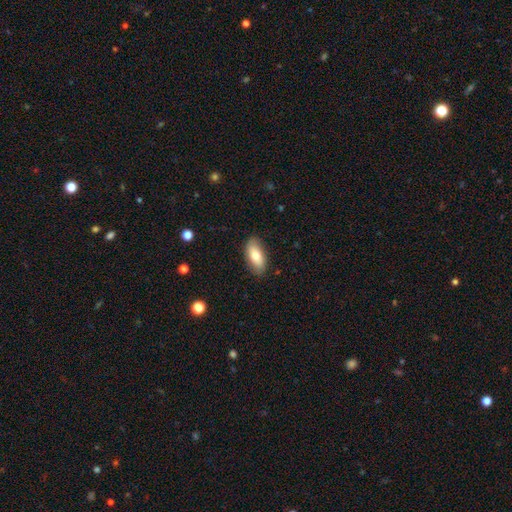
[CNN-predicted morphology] smooth-or-featured: smooth: 74% | featured or disk: 20% | star or artifact: 6%
  how-rounded: in between: 89% | cigar-shaped: 8% | round: 3%
  merging: none: 84% | minor disturbance: 12% | major disturbance: 2% | merger: 1%